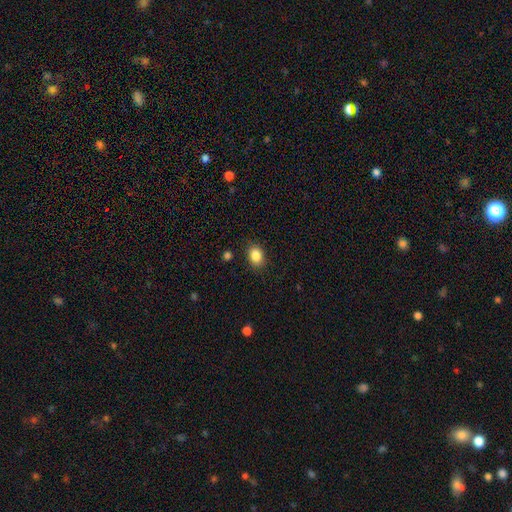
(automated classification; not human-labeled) Smooth or featured: smooth — 86% (star or artifact — 9%)
How rounded: in between — 59% (round — 40%)
Merging: none — 86% (minor disturbance — 10%)